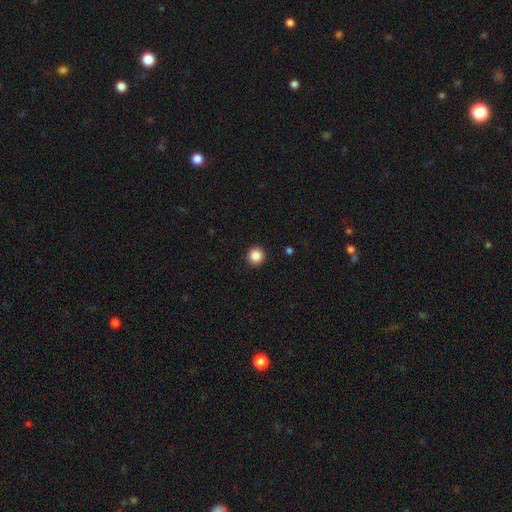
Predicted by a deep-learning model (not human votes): Smooth or featured? Predicted: smooth (p=0.87). How rounded? Predicted: round (p=0.95). Merging? Predicted: none (p=0.93).